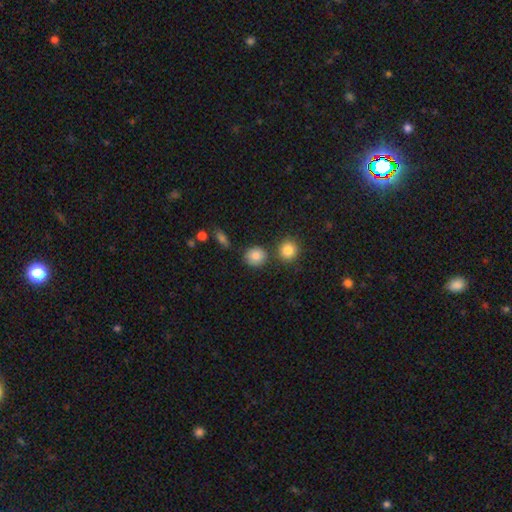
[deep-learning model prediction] smooth_or_featured: smooth (p=0.83) [alt: star or artifact p=0.10]
how_rounded: round (p=0.85) [alt: in between p=0.14]
merging: none (p=0.76) [alt: minor disturbance p=0.11]